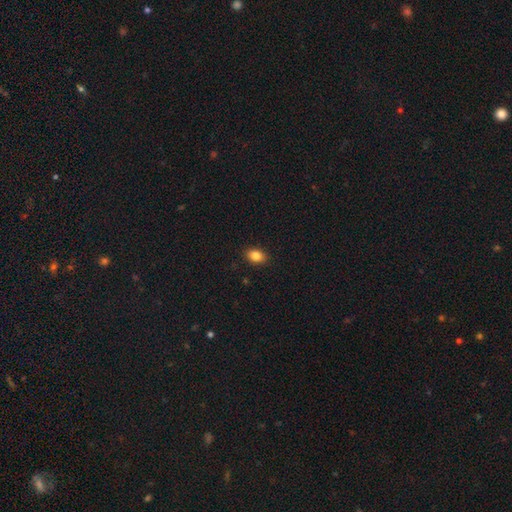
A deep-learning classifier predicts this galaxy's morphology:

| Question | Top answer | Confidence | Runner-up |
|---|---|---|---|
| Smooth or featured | smooth | 85% | star or artifact (9%) |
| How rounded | in between | 76% | round (23%) |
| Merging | none | 89% | minor disturbance (8%) |